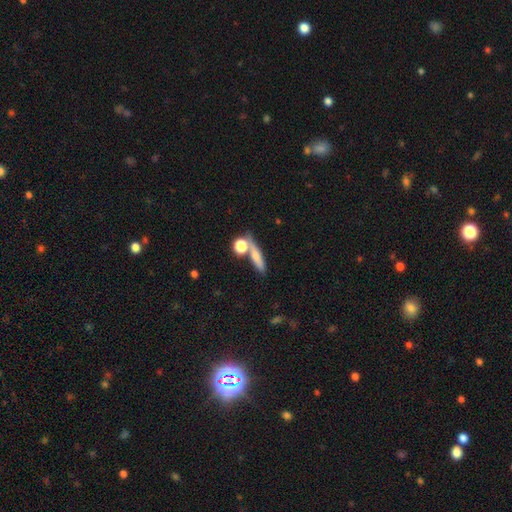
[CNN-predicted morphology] The model was most divided on "how rounded": cigar-shaped: 50%, in between: 26%, round: 24%. More confident: smooth or featured — smooth (67%); merging — none (57%).